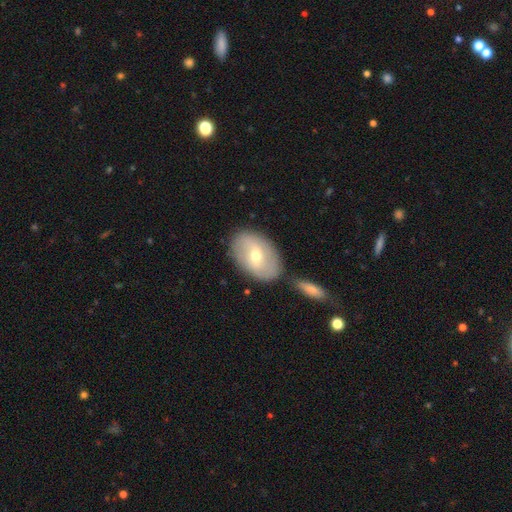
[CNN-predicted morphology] This appears to be a smooth galaxy with no disk features (48%). Merging: none (73%).